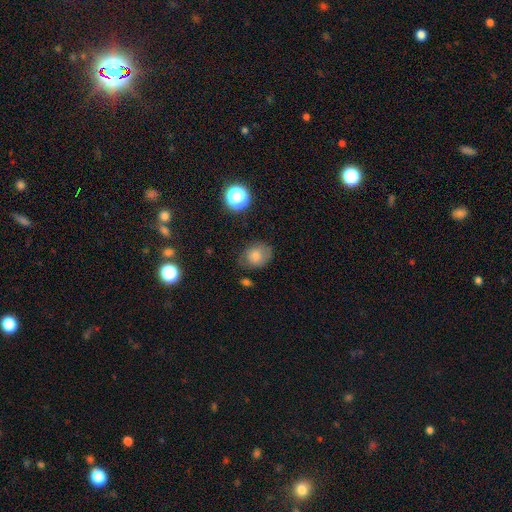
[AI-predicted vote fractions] Smooth or featured?
  - smooth: 76% *
  - featured or disk: 13%
  - star or artifact: 11%
How rounded?
  - round: 60% *
  - in between: 39%
  - cigar-shaped: 1%
Merging?
  - none: 64% *
  - minor disturbance: 25%
  - major disturbance: 9%
  - merger: 3%